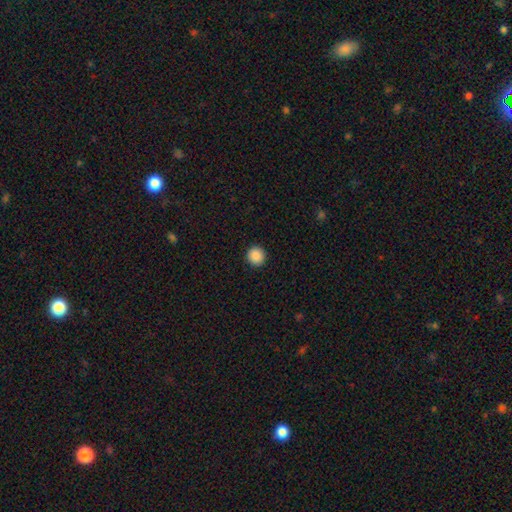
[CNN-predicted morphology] smooth 89%, star or artifact 9%, featured or disk 2%. Down the decision tree: how rounded — round (94%); merging — none (93%).